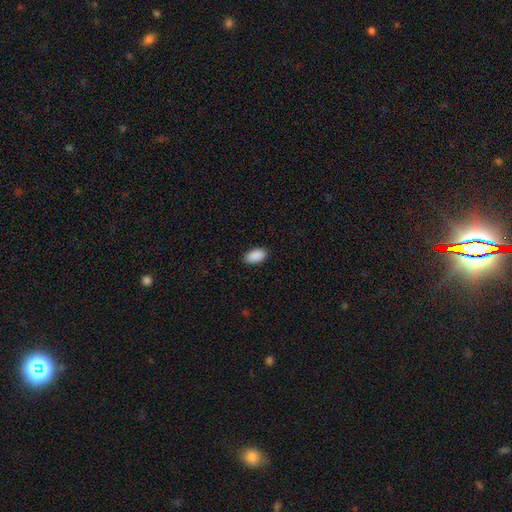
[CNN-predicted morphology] type=smooth (91%); roundness=in between (94%); merging=none (88%).